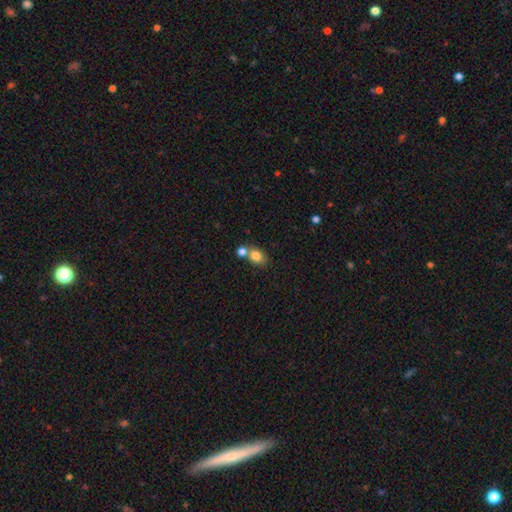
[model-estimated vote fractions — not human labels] smooth_or_featured: smooth (p=0.81) [alt: star or artifact p=0.10]
how_rounded: in between (p=0.56) [alt: round p=0.43]
merging: none (p=0.46) [alt: merger p=0.40]